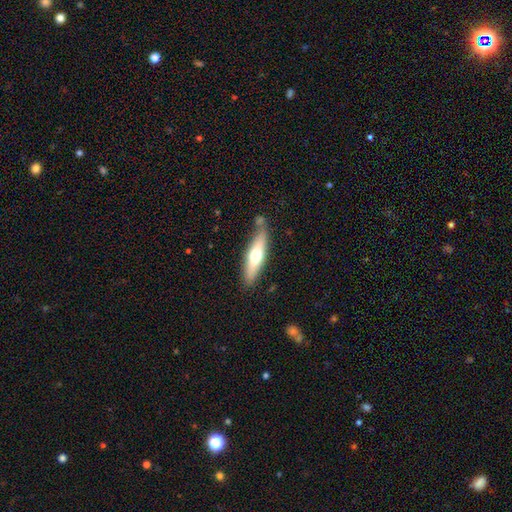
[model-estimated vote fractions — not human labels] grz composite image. It shows a smooth galaxy with no disk features (56%) that is cigar-shaped (70%). Merging: none (74%).